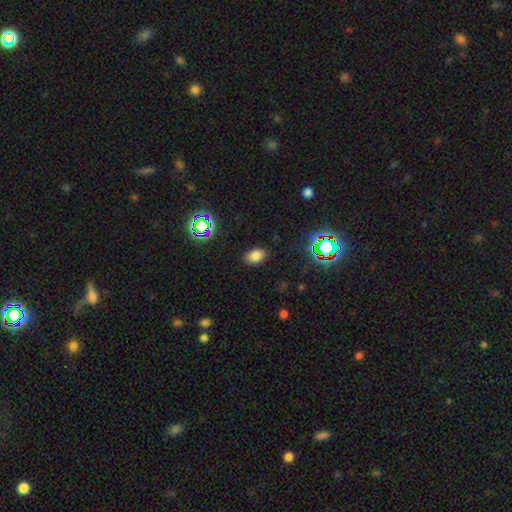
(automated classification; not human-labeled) A smooth galaxy with no disk features (76%) that is in between round and cigar-shaped (85%). Merging: none (85%).